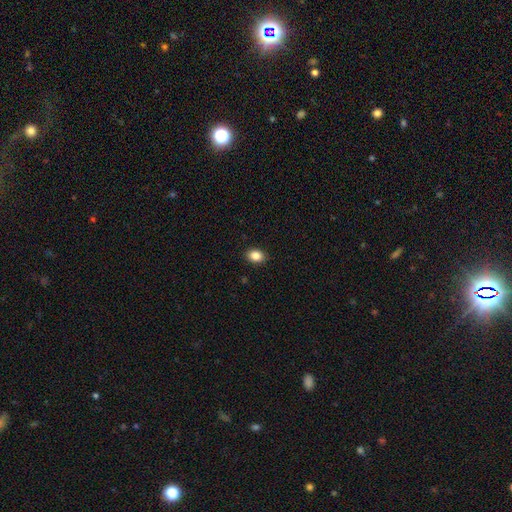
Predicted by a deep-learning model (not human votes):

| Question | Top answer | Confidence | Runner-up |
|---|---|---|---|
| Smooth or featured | smooth | 86% | star or artifact (9%) |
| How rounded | in between | 70% | round (29%) |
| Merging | none | 90% | minor disturbance (7%) |